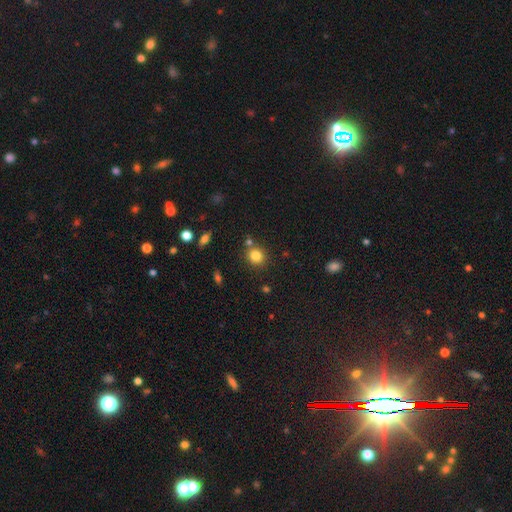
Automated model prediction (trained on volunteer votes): smooth_or_featured: smooth (p=0.82) [alt: star or artifact p=0.12]
how_rounded: round (p=0.80) [alt: in between p=0.19]
merging: none (p=0.77) [alt: merger p=0.11]